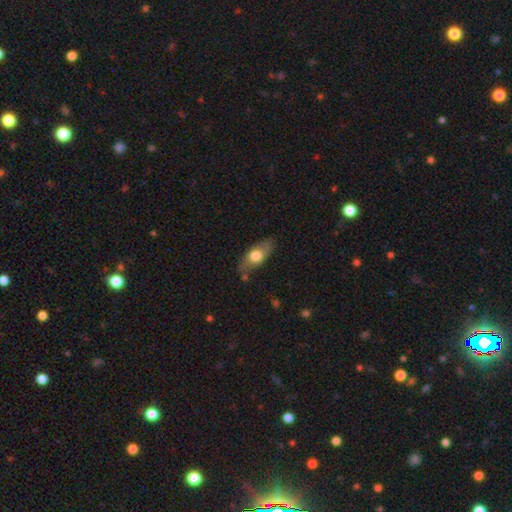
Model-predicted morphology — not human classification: Smooth or featured? Predicted: smooth (p=0.64). How rounded? Predicted: in between (p=0.81). Merging? Predicted: none (p=0.73).